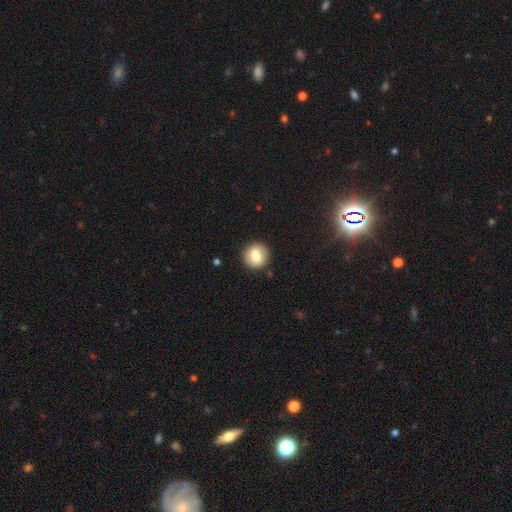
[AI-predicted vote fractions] Q: Smooth or featured?
A: smooth (73%); runner-up: featured or disk (19%)
Q: How rounded?
A: round (83%); runner-up: in between (16%)
Q: Merging?
A: none (87%); runner-up: minor disturbance (9%)